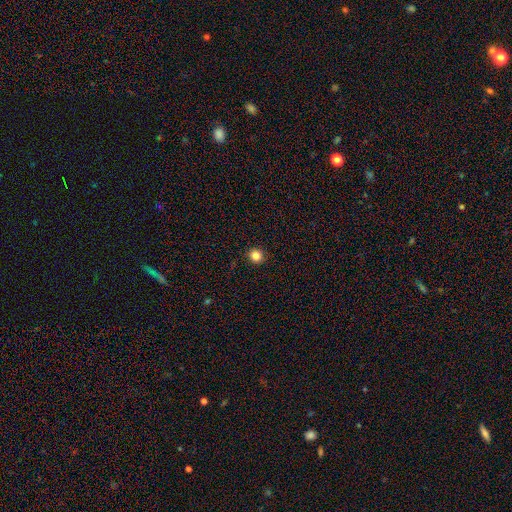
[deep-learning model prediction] Smooth or featured? Predicted: smooth (p=0.85). How rounded? Predicted: round (p=0.90). Merging? Predicted: none (p=0.92).